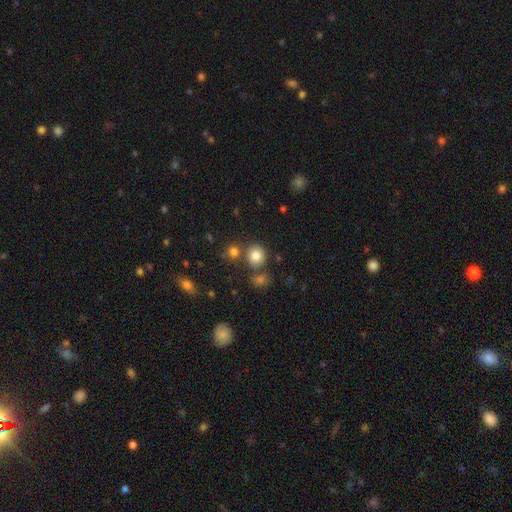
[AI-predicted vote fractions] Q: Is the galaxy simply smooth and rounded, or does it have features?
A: smooth — 81%.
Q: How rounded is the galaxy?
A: round — 79%.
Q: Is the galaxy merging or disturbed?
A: none — 74%.